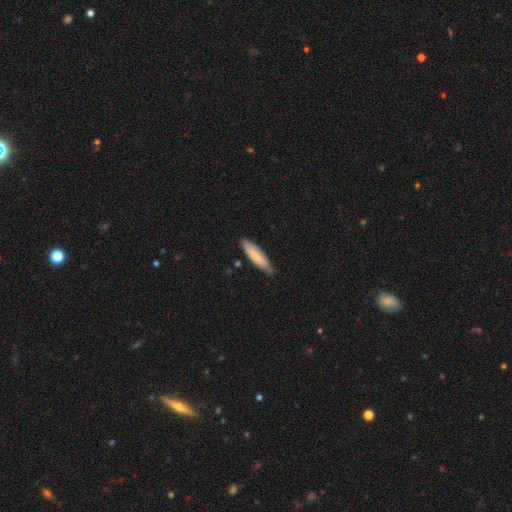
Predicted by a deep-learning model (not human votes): smooth_or_featured: smooth (p=0.78) [alt: featured or disk p=0.17]
how_rounded: cigar-shaped (p=0.66) [alt: in between p=0.33]
merging: none (p=0.77) [alt: minor disturbance p=0.19]